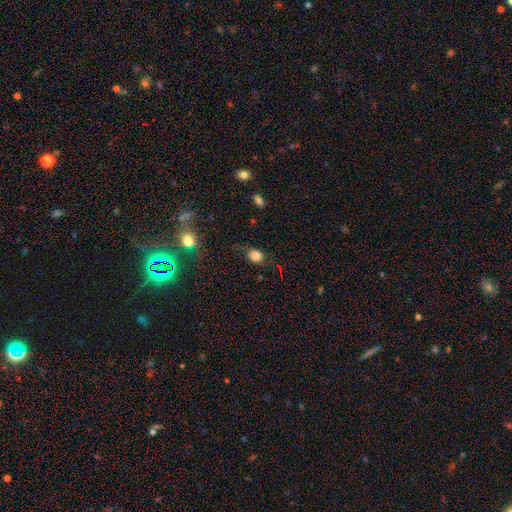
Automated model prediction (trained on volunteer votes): Smooth or featured? Predicted: smooth (p=0.81). How rounded? Predicted: in between (p=0.53). Merging? Predicted: none (p=0.66).